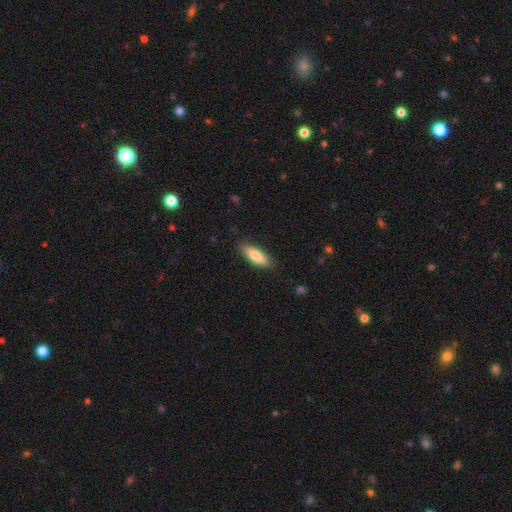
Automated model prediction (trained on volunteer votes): Overall: smooth (79%). How rounded: in between (54%; cigar-shaped 44%). Merging: none (86%).